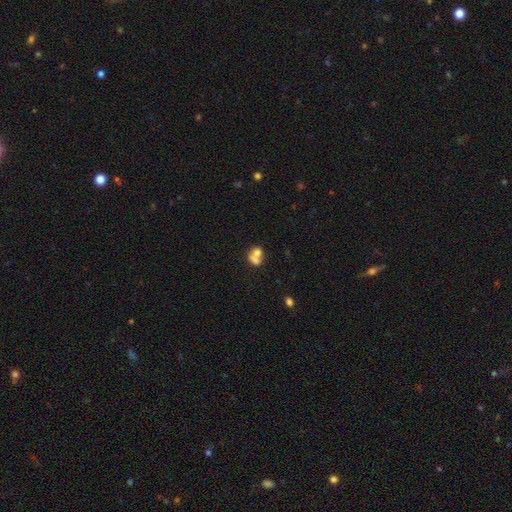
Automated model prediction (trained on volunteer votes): Overall: smooth (67%). How rounded: round (55%; in between 43%). Merging: merger (63%; none 25%).